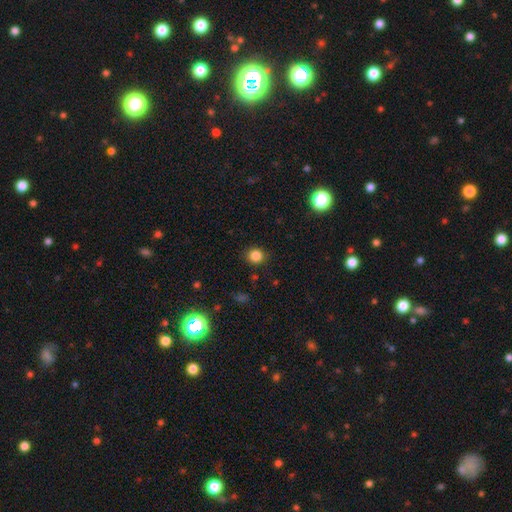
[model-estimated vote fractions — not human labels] Q: Smooth or featured?
A: smooth (84%); runner-up: star or artifact (12%)
Q: How rounded?
A: round (84%); runner-up: in between (15%)
Q: Merging?
A: none (88%); runner-up: minor disturbance (8%)